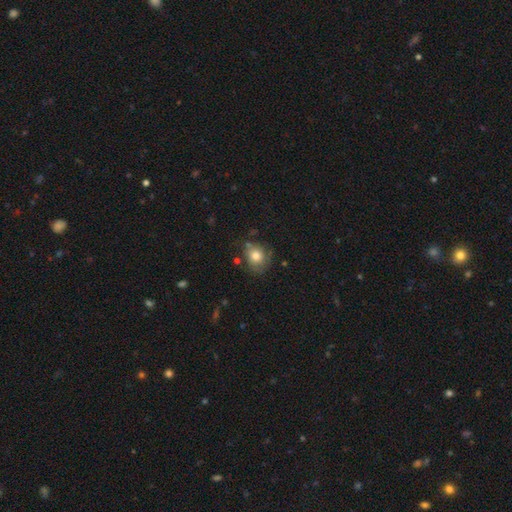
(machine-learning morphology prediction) Smooth or featured?
  - smooth: 77% *
  - featured or disk: 14%
  - star or artifact: 9%
How rounded?
  - round: 75% *
  - in between: 24%
  - cigar-shaped: 1%
Merging?
  - none: 64% *
  - minor disturbance: 23%
  - major disturbance: 8%
  - merger: 5%